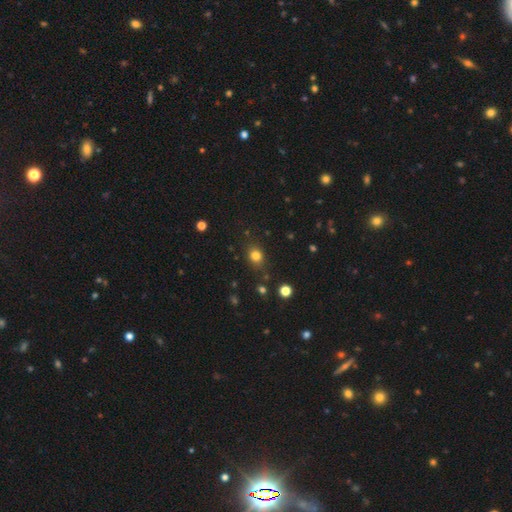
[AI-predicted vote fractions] A smooth galaxy with no disk features (80%) that is round (61%). Merging: none (80%).